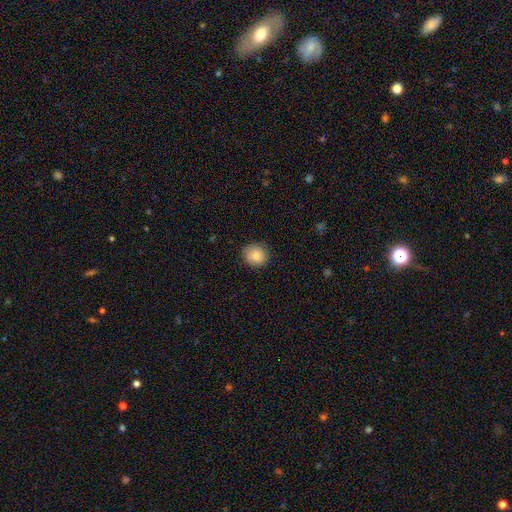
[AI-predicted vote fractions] Q: Smooth or featured?
A: smooth (86%); runner-up: star or artifact (8%)
Q: How rounded?
A: round (87%); runner-up: in between (12%)
Q: Merging?
A: none (86%); runner-up: minor disturbance (11%)